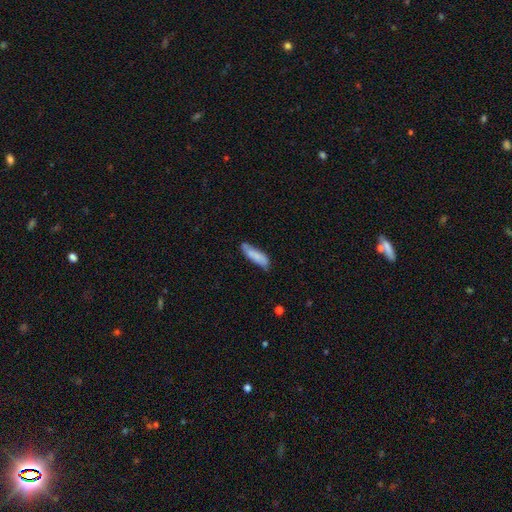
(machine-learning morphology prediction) Smooth or featured? smooth (75%)
How rounded? cigar-shaped (60%)
Merging? none (62%)